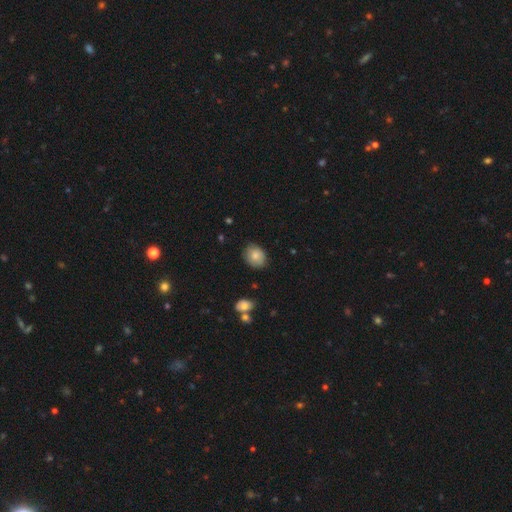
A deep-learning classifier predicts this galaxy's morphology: Smooth or featured?
  - smooth: 79% *
  - featured or disk: 13%
  - star or artifact: 8%
How rounded?
  - round: 53% *
  - in between: 46%
  - cigar-shaped: 1%
Merging?
  - none: 78% *
  - minor disturbance: 18%
  - major disturbance: 3%
  - merger: 1%